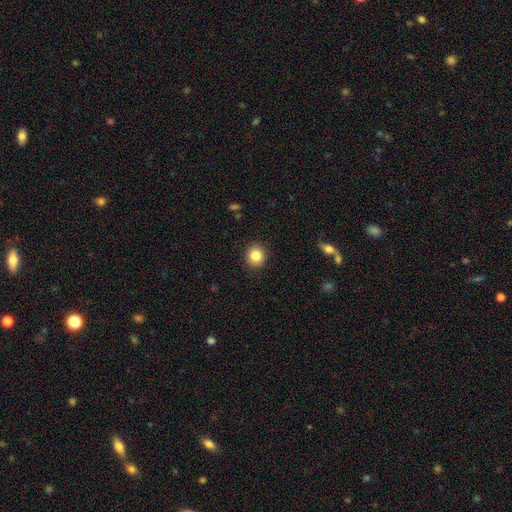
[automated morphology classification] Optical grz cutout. It shows a smooth galaxy with no disk features (84%) that is round (86%). Merging: none (91%).